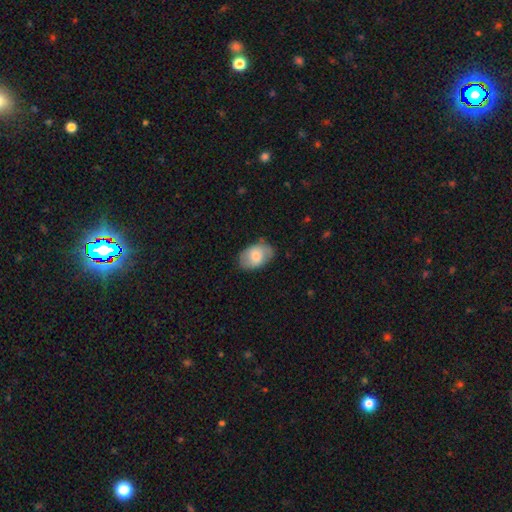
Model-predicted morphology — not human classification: Overall: smooth (68%). How rounded: in between (86%). Merging: none (76%).